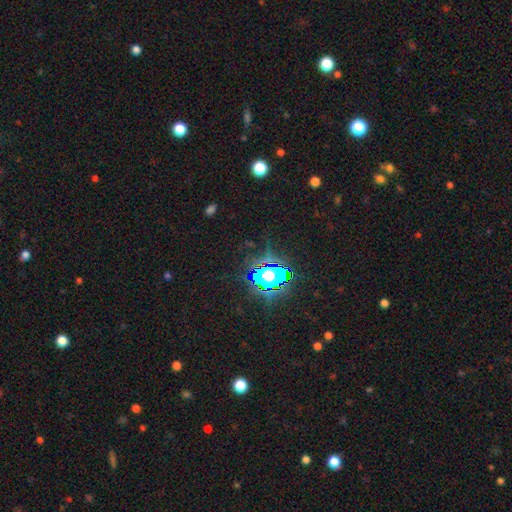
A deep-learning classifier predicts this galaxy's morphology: This is clearly a star or artifact rather than a galaxy (83%).